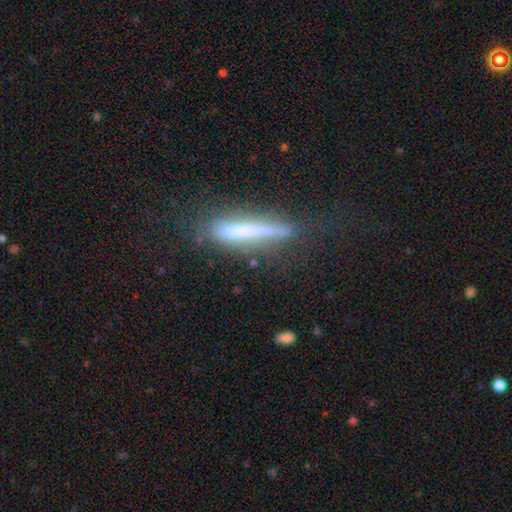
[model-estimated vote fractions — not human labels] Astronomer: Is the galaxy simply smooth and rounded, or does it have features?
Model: featured or disk — 49% (runner-up: smooth, 41%).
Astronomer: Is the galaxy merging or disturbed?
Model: none — 61%.